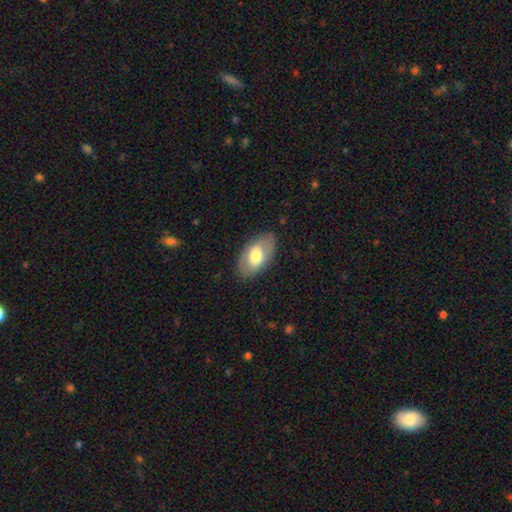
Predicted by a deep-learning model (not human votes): smooth_or_featured: smooth (p=0.63) [alt: featured or disk p=0.31]
how_rounded: in between (p=0.94) [alt: round p=0.04]
merging: none (p=0.83) [alt: minor disturbance p=0.12]